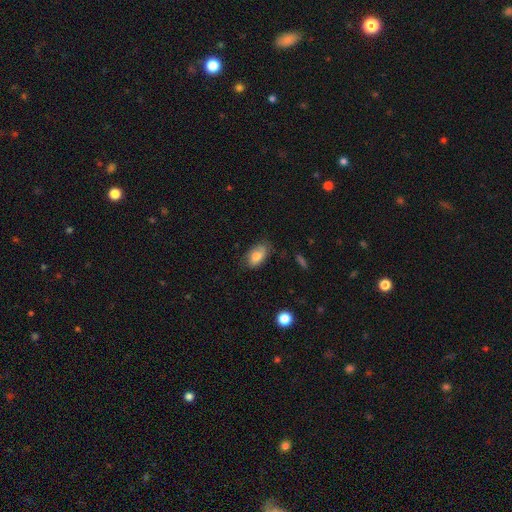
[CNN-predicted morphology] A smooth galaxy with no disk features (75%) that is in between round and cigar-shaped (91%). Merging: none (74%).